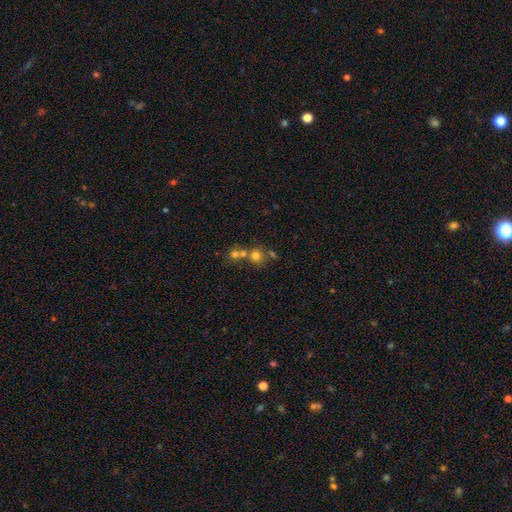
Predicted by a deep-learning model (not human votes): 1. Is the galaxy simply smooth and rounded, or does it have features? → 69% smooth, 17% star or artifact, 14% featured or disk.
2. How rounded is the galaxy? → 87% round, 12% in between, 1% cigar-shaped.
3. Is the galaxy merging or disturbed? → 49% none, 41% merger, 6% minor disturbance, 3% major disturbance.